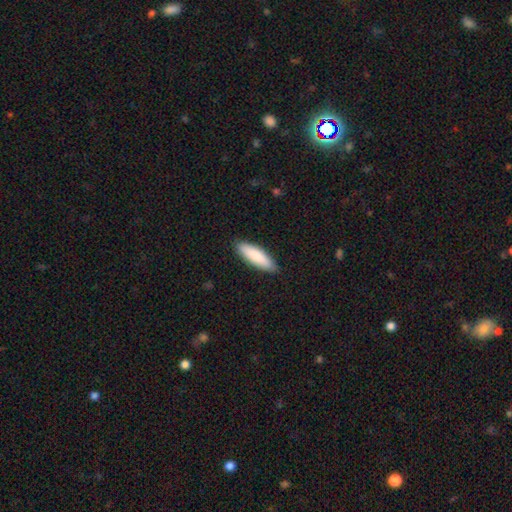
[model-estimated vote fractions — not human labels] Smooth or featured?
  - smooth: 86% *
  - featured or disk: 9%
  - star or artifact: 5%
How rounded?
  - cigar-shaped: 54% *
  - in between: 45%
  - round: 1%
Merging?
  - none: 87% *
  - minor disturbance: 10%
  - major disturbance: 2%
  - merger: 1%